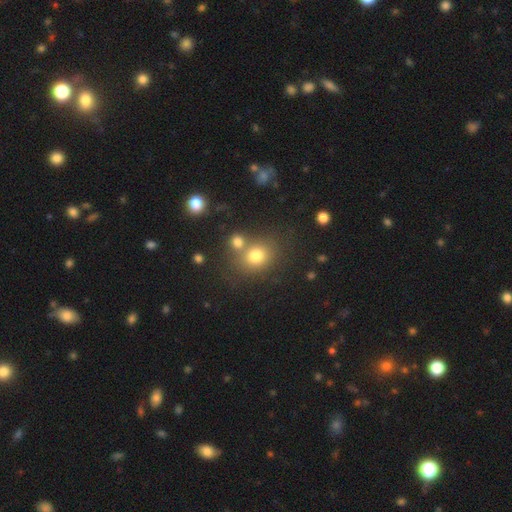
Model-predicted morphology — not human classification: Smooth or featured? smooth (76%)
How rounded? round (67%)
Merging? none (58%)